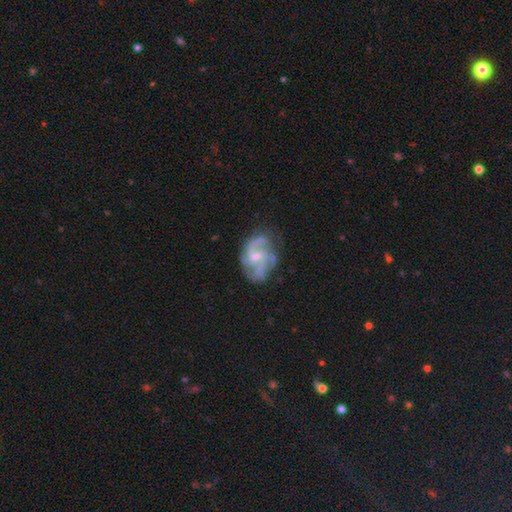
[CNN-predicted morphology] featured or disk 87%, smooth 7%, star or artifact 6%. Down the decision tree: edge-on disk — no (98%); bar — no (48%); spiral arms — yes (96%); spiral arm count — 2 (45%); spiral winding — medium (53%); bulge size — small (61%); merging — none (70%).